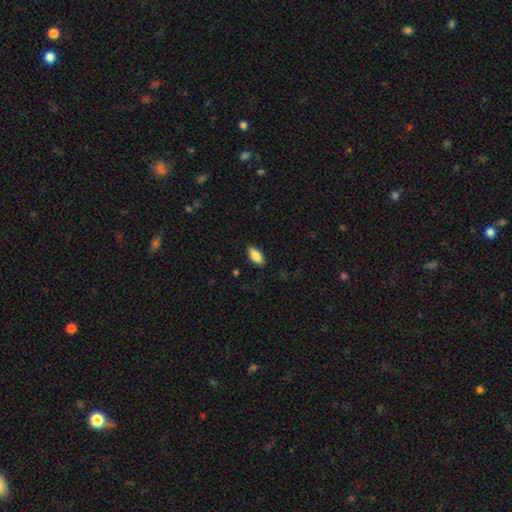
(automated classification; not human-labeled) Morphology: type=smooth (84%); roundness=in between (88%); merging=none (86%).